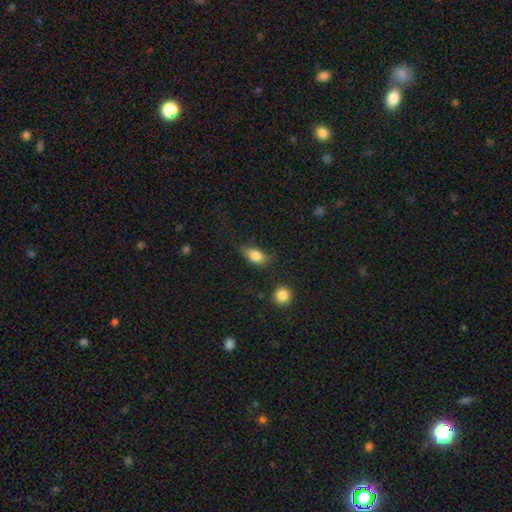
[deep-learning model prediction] smooth_or_featured: smooth (p=0.84) [alt: star or artifact p=0.08]
how_rounded: in between (p=0.88) [alt: round p=0.08]
merging: none (p=0.68) [alt: minor disturbance p=0.21]